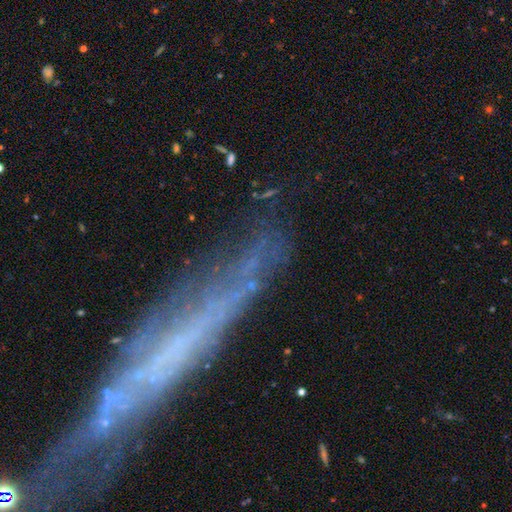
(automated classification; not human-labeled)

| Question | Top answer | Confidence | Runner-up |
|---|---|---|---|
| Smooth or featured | featured or disk | 47% | star or artifact (27%) |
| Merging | none | 60% | minor disturbance (18%) |